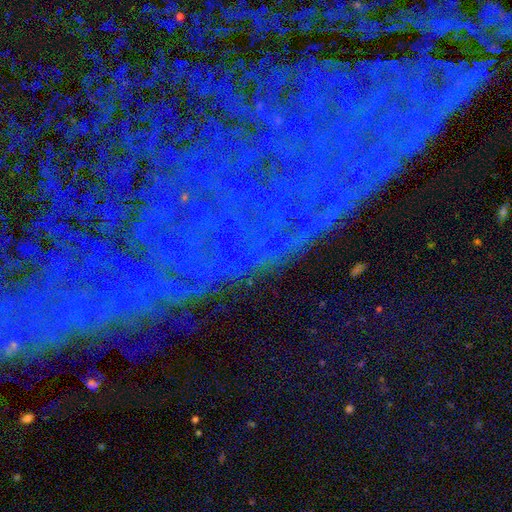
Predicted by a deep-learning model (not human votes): Smooth or featured? star or artifact (82%)